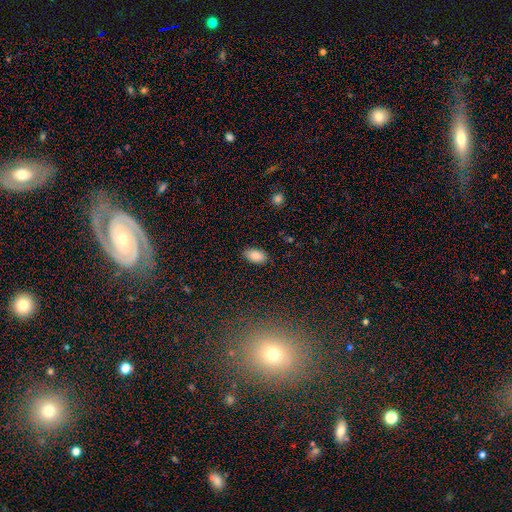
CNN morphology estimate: This appears to be a smooth galaxy with no disk features (87%) that is in between round and cigar-shaped (93%). Merging: none (86%).